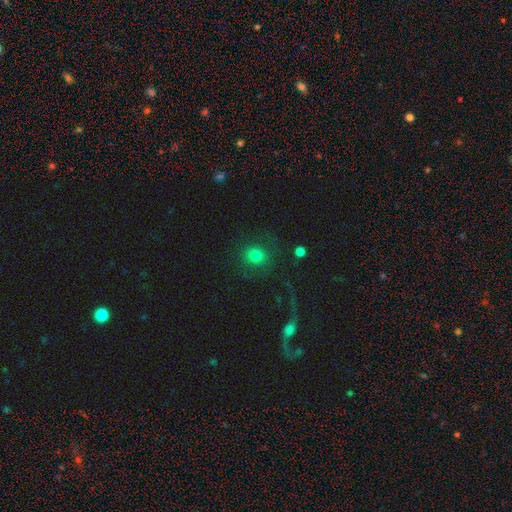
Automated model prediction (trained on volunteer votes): Overall: smooth (74%). How rounded: round (88%). Merging: none (73%).